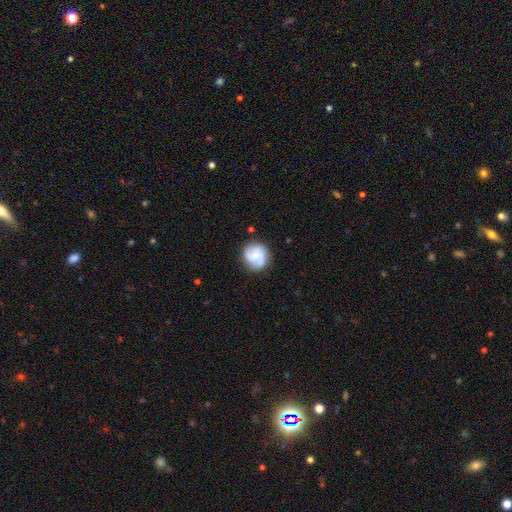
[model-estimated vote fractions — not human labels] smooth-or-featured: featured or disk: 56% | smooth: 37% | star or artifact: 7%
  disk-edge-on: no: 98% | yes: 2%
    bar: no: 63% | weak: 31% | strong: 6%
    has-spiral-arms: yes: 89% | no: 11%
    bulge-size: small: 55% | moderate: 25% | none: 16% | large: 3% | dominant: 1%
  merging: none: 77% | minor disturbance: 16% | major disturbance: 5% | merger: 2%